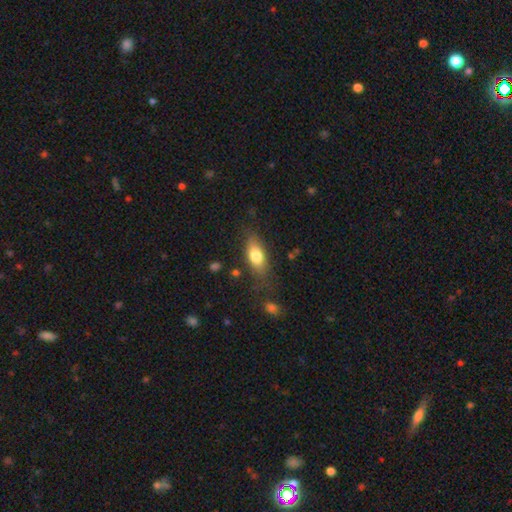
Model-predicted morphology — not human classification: smooth-or-featured: smooth: 75% | featured or disk: 18% | star or artifact: 7%
  how-rounded: in between: 79% | cigar-shaped: 16% | round: 5%
  merging: none: 73% | minor disturbance: 18% | major disturbance: 6% | merger: 3%